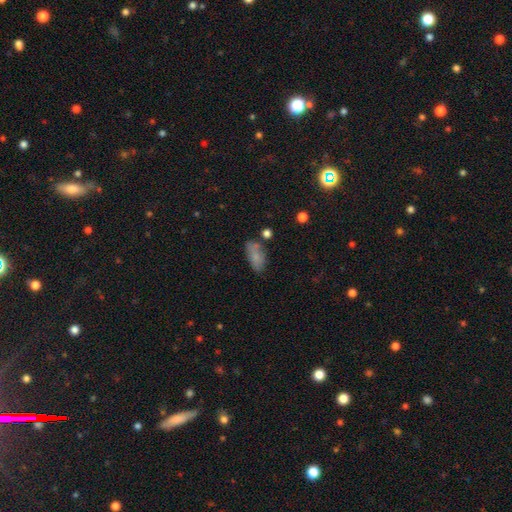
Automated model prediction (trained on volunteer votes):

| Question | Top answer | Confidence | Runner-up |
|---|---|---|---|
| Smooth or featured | smooth | 78% | featured or disk (12%) |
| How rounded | in between | 90% | cigar-shaped (7%) |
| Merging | none | 63% | minor disturbance (22%) |